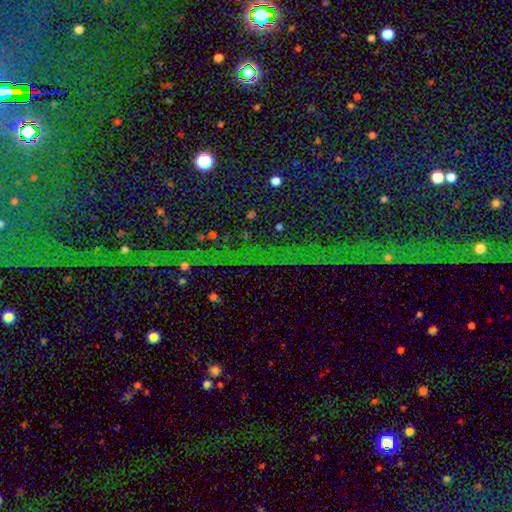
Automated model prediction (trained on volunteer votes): star or artifact 80%, featured or disk 11%, smooth 9%.